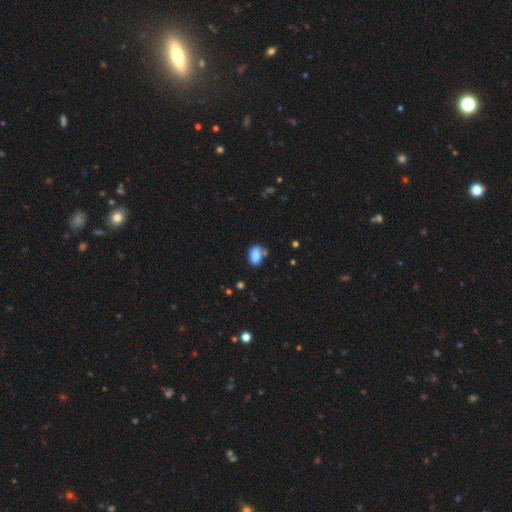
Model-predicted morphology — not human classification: A smooth galaxy with no disk features (82%) that is in between round and cigar-shaped (85%). Merging: none (54%).